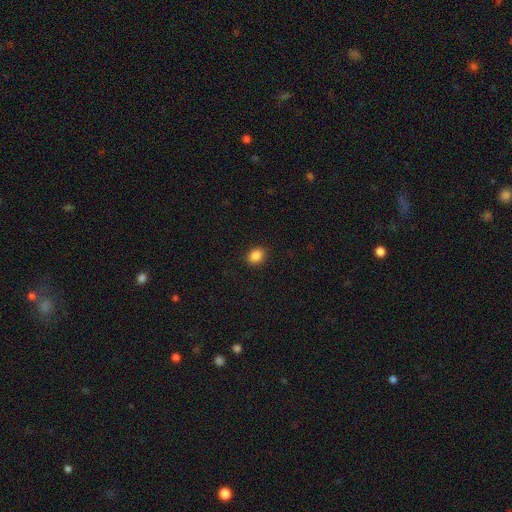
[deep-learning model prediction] Smooth or featured: smooth — 86% (star or artifact — 10%)
How rounded: round — 53% (in between — 46%)
Merging: none — 90% (minor disturbance — 7%)